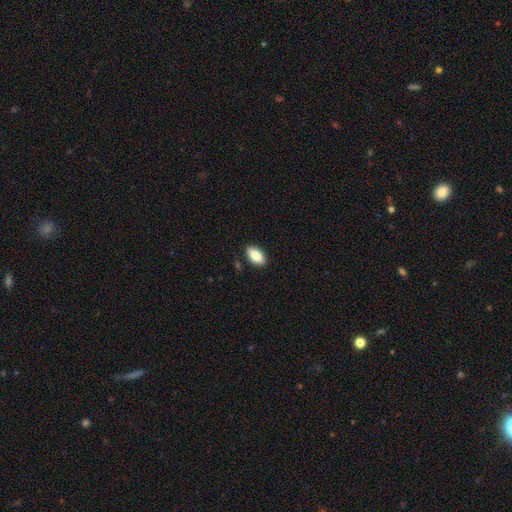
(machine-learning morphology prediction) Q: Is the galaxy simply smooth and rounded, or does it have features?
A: smooth — 86%.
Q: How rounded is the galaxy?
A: in between — 94%.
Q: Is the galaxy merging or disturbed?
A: none — 89%.